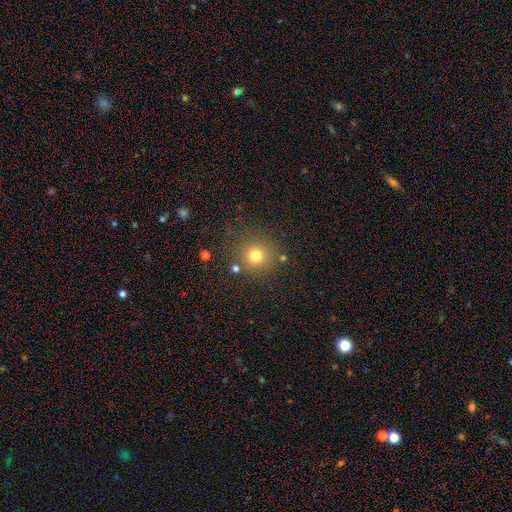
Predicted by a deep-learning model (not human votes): Smooth or featured?
  - smooth: 75% *
  - star or artifact: 16%
  - featured or disk: 8%
How rounded?
  - round: 93% *
  - in between: 6%
  - cigar-shaped: 1%
Merging?
  - none: 82% *
  - minor disturbance: 9%
  - merger: 5%
  - major disturbance: 4%